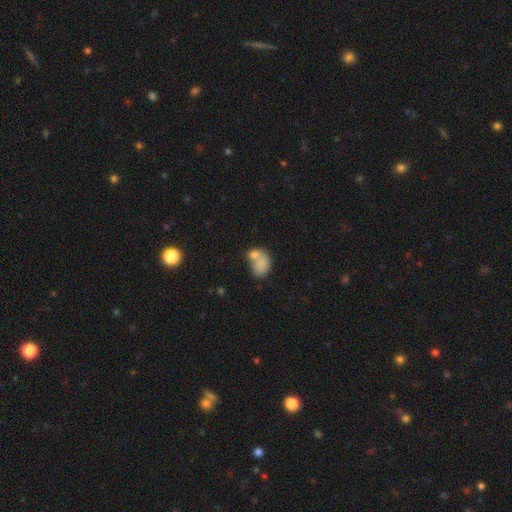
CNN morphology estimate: Smooth or featured?
  - smooth: 78% *
  - featured or disk: 13%
  - star or artifact: 9%
How rounded?
  - in between: 69% *
  - round: 30%
  - cigar-shaped: 1%
Merging?
  - merger: 53% *
  - none: 29%
  - minor disturbance: 12%
  - major disturbance: 6%